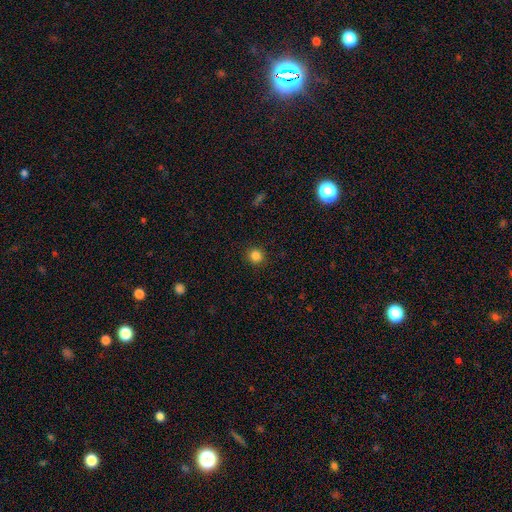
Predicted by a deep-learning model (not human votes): smooth 84%, star or artifact 12%, featured or disk 4%. Down the decision tree: how rounded — round (92%); merging — none (91%).